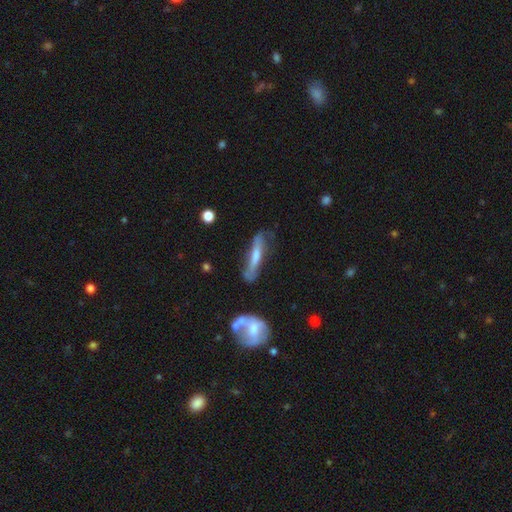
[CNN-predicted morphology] This is likely a featured or disk galaxy (64%). It is likely viewed edge-on (67%). Merging: likely none (64%).